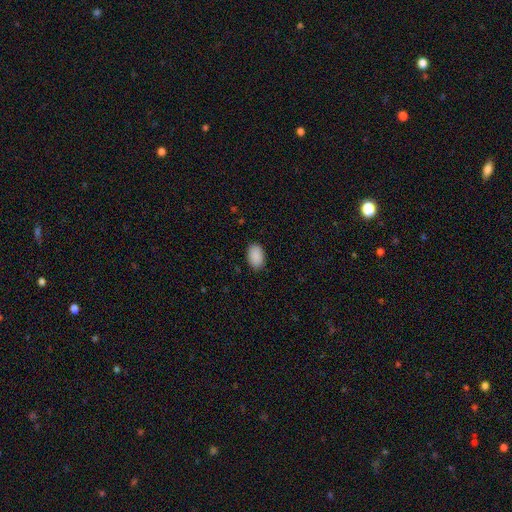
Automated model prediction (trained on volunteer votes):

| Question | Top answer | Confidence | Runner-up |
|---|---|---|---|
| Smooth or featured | smooth | 91% | star or artifact (7%) |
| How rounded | in between | 92% | round (7%) |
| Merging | none | 88% | minor disturbance (9%) |